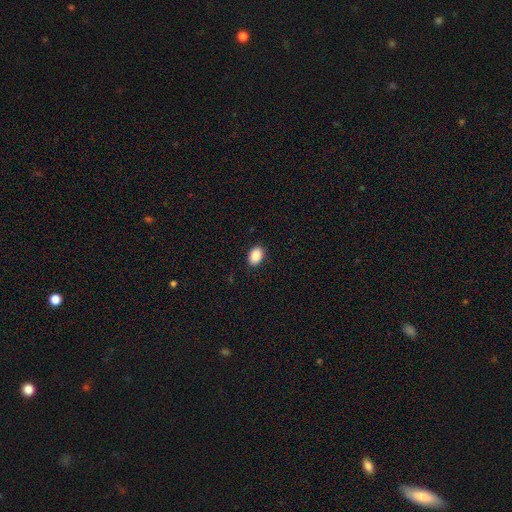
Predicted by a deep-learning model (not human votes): The model was most divided on "how rounded": in between: 83%, round: 16%, cigar-shaped: 1%. More confident: smooth or featured — smooth (89%); merging — none (89%).